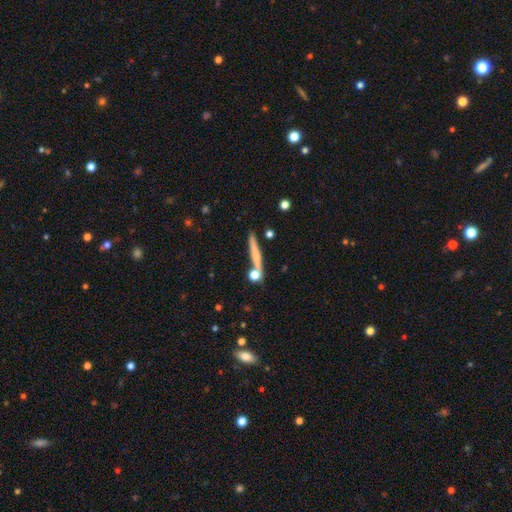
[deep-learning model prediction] The model was most divided on "smooth or featured": smooth: 59%, featured or disk: 34%, star or artifact: 8%. More confident: how rounded — cigar-shaped (90%); merging — none (76%).